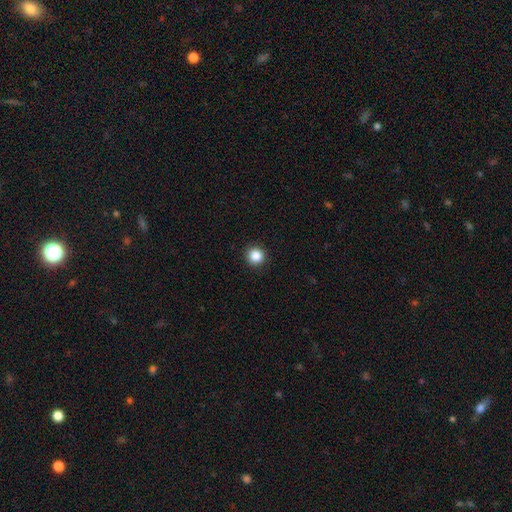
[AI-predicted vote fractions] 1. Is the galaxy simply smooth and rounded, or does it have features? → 86% smooth, 11% star or artifact, 3% featured or disk.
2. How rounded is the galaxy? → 95% round, 4% in between, 1% cigar-shaped.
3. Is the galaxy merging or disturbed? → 93% none, 4% minor disturbance, 2% major disturbance, 1% merger.